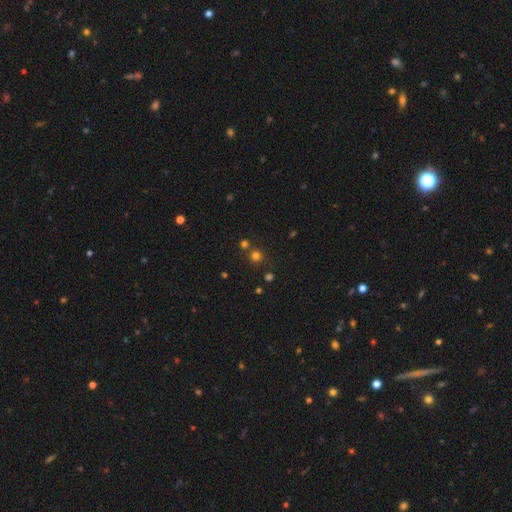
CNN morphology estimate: smooth-or-featured: smooth: 69% | star or artifact: 24% | featured or disk: 6%
  how-rounded: round: 93% | in between: 6% | cigar-shaped: 1%
  merging: none: 76% | merger: 15% | minor disturbance: 6% | major disturbance: 3%